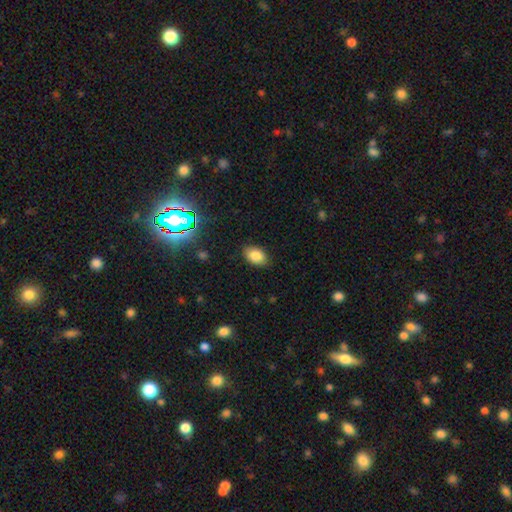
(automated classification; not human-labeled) A smooth galaxy with no disk features (83%) that is in between round and cigar-shaped (88%).

Vote fractions:
- Smooth or featured? smooth: 83% / star or artifact: 10% / featured or disk: 8%
- How rounded? in between: 88% / round: 11% / cigar-shaped: 1%
- Merging? none: 87% / minor disturbance: 10% / major disturbance: 2% / merger: 1%